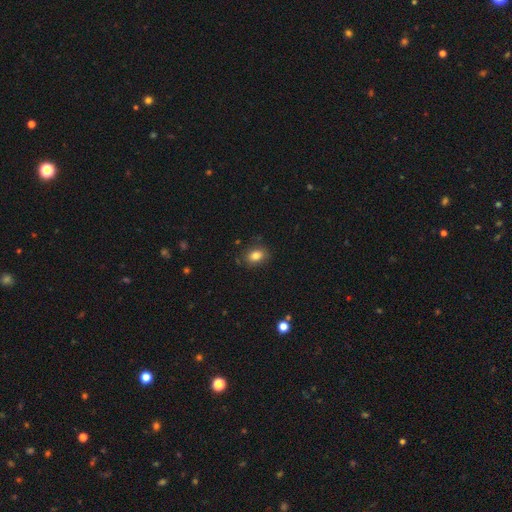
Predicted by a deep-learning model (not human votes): smooth-or-featured: smooth: 83% | star or artifact: 10% | featured or disk: 7%
  how-rounded: in between: 72% | round: 27% | cigar-shaped: 1%
  merging: none: 84% | minor disturbance: 12% | major disturbance: 3% | merger: 2%